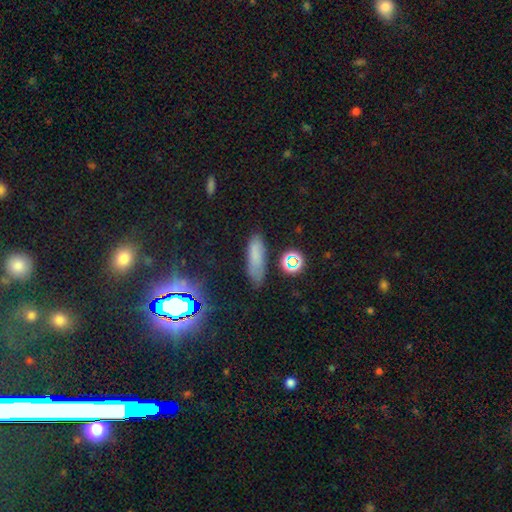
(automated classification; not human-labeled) Morphology: type=smooth (70%); roundness=cigar-shaped (57%); merging=none (75%).